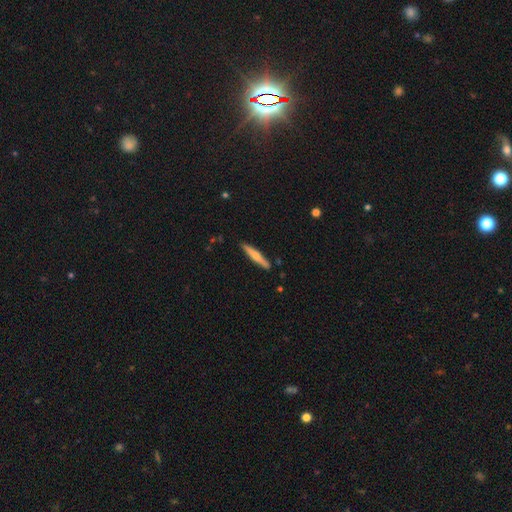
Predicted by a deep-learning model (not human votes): A featured or disk galaxy (50%) viewed edge-on (96%).

Vote fractions:
- Smooth or featured? featured or disk: 50% / smooth: 44% / star or artifact: 5%
- Edge-on disk? yes: 96% / no: 4%
- Merging? none: 89% / minor disturbance: 8% / merger: 2% / major disturbance: 1%